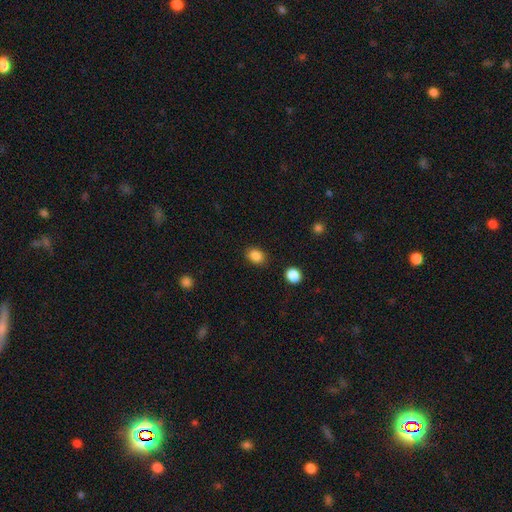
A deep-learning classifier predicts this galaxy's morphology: Smooth or featured? Predicted: smooth (p=0.86). How rounded? Predicted: in between (p=0.64). Merging? Predicted: none (p=0.85).